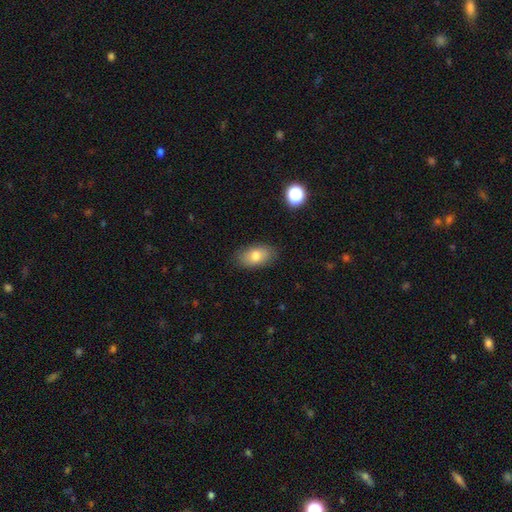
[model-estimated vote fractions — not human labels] Smooth or featured?
  - smooth: 78% *
  - featured or disk: 14%
  - star or artifact: 8%
How rounded?
  - in between: 91% *
  - round: 6%
  - cigar-shaped: 3%
Merging?
  - none: 85% *
  - minor disturbance: 11%
  - major disturbance: 3%
  - merger: 1%